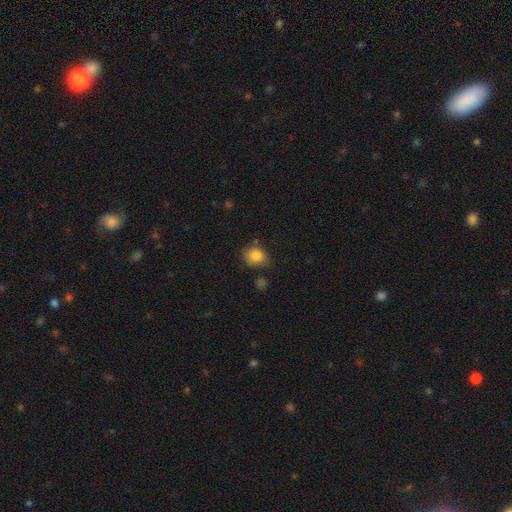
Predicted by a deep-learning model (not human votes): Smooth or featured? Predicted: smooth (p=0.82). How rounded? Predicted: round (p=0.62). Merging? Predicted: none (p=0.63).